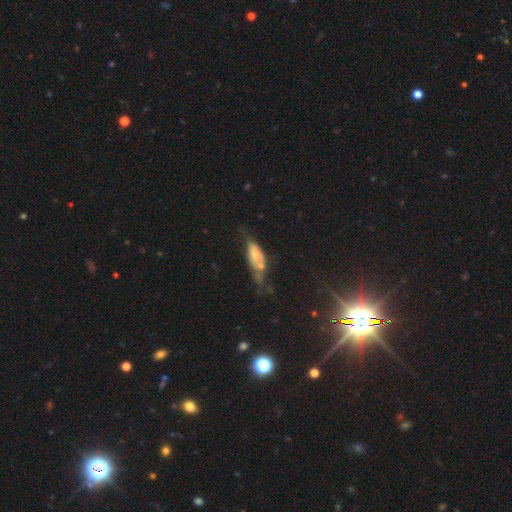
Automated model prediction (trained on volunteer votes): smooth 51%, featured or disk 39%, star or artifact 10%. Down the decision tree: how rounded — in between (73%); merging — major disturbance (27%).